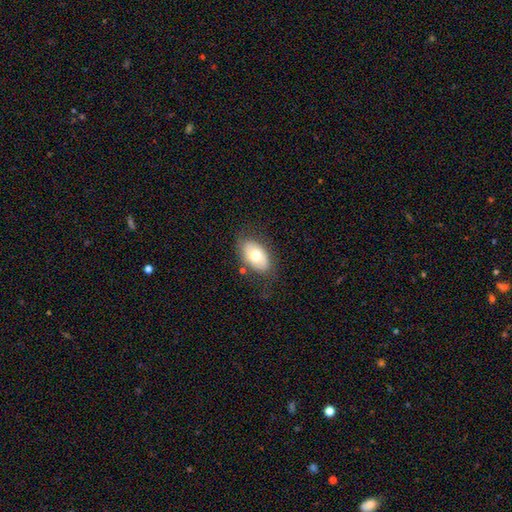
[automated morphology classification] This appears to be a smooth galaxy with no disk features (66%) that is in between round and cigar-shaped (92%). Merging: none (75%).